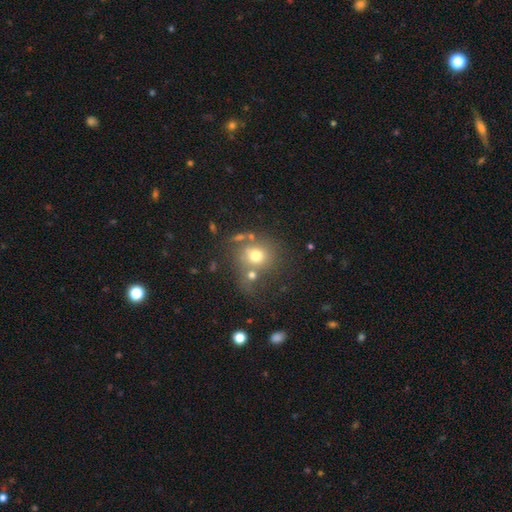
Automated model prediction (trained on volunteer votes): This appears to be a smooth galaxy with no disk features (68%) that is round (84%). Merging: none (52%).